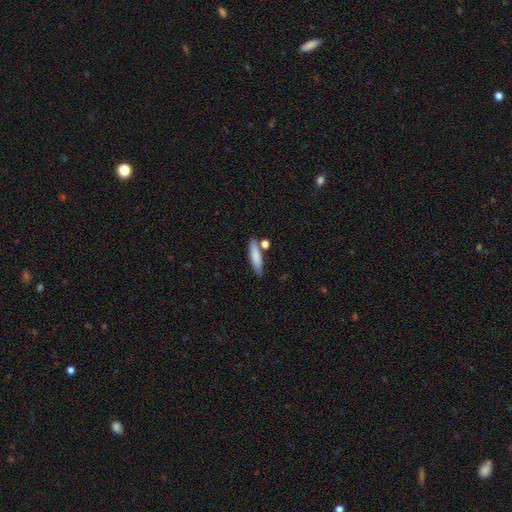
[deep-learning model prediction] This is clearly a smooth galaxy (82%). How rounded: likely cigar-shaped (70%). Merging: likely none (73%).